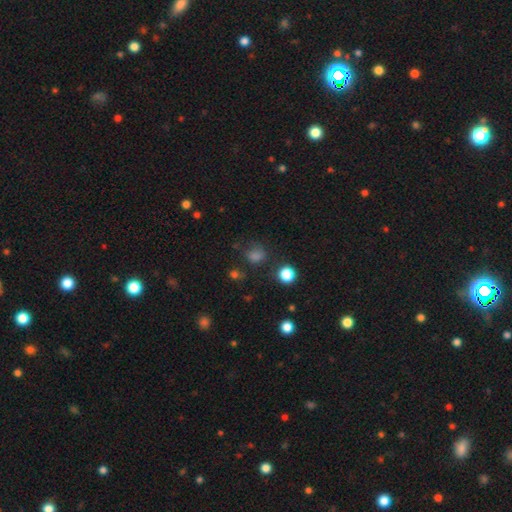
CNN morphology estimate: Smooth or featured? Predicted: smooth (p=0.68). How rounded? Predicted: round (p=0.76). Merging? Predicted: none (p=0.72).